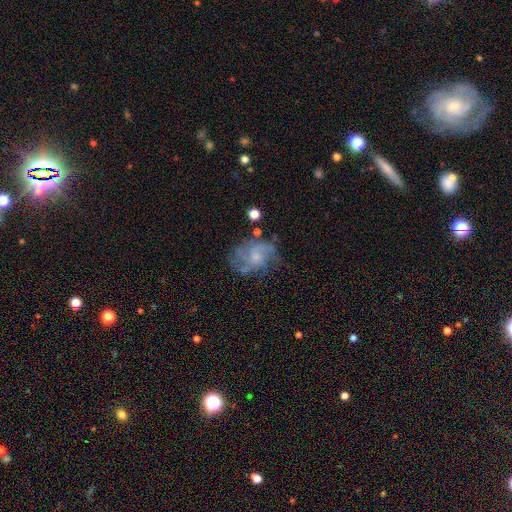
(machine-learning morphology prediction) smooth_or_featured: featured or disk (p=0.76) [alt: smooth p=0.15]
disk_edge_on: no (p=0.98) [alt: yes p=0.02]
bar: no (p=0.68) [alt: weak p=0.28]
has_spiral_arms: yes (p=0.90) [alt: no p=0.10]
spiral_winding: medium (p=0.47) [alt: tight p=0.27]
spiral_arm_count: can't tell (p=0.27) [alt: 2 p=0.26]
bulge_size: small (p=0.52) [alt: moderate p=0.25]
merging: none (p=0.63) [alt: minor disturbance p=0.20]